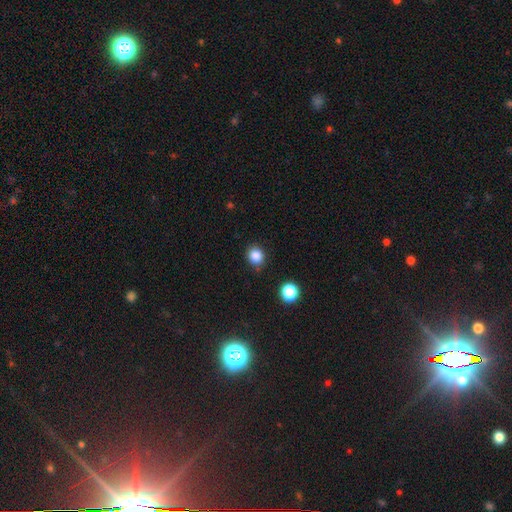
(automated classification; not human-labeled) This is clearly a smooth galaxy (85%). How rounded: likely round (78%). Merging: clearly none (84%).